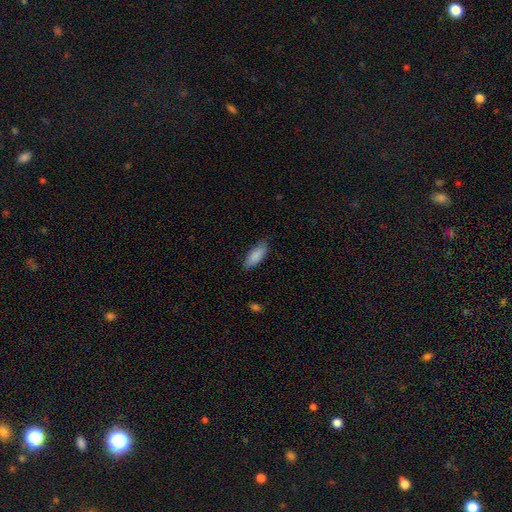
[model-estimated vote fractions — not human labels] A smooth galaxy with no disk features (88%) that is in between round and cigar-shaped (74%). Merging: none (80%).